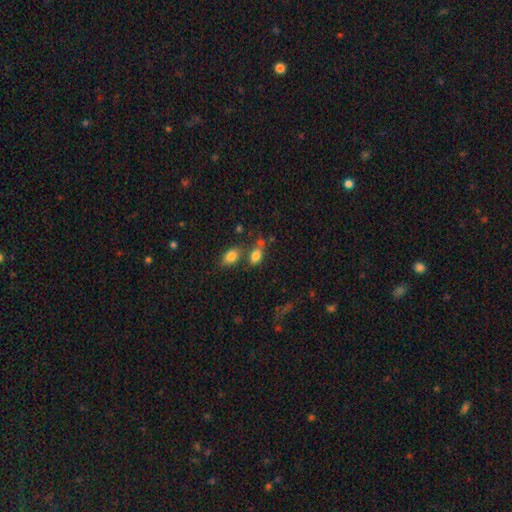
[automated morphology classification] type=smooth (80%); roundness=in between (81%); merging=none (51%).